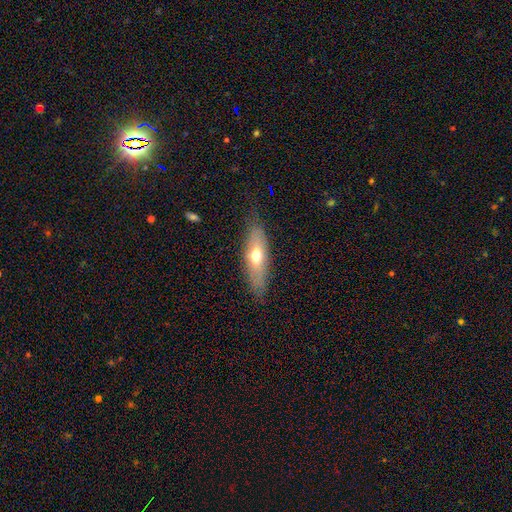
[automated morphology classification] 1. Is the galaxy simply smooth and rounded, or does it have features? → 56% smooth, 36% featured or disk, 7% star or artifact.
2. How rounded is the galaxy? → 53% in between, 44% cigar-shaped, 3% round.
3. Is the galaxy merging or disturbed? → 79% none, 16% minor disturbance, 5% major disturbance, 1% merger.